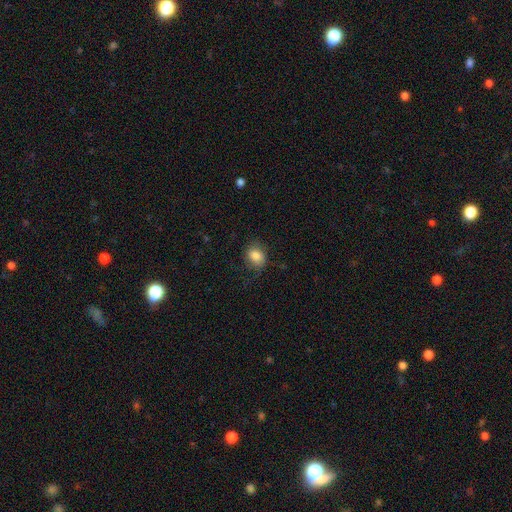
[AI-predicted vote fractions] Morphology: type=smooth (82%); roundness=in between (56%); merging=none (68%).